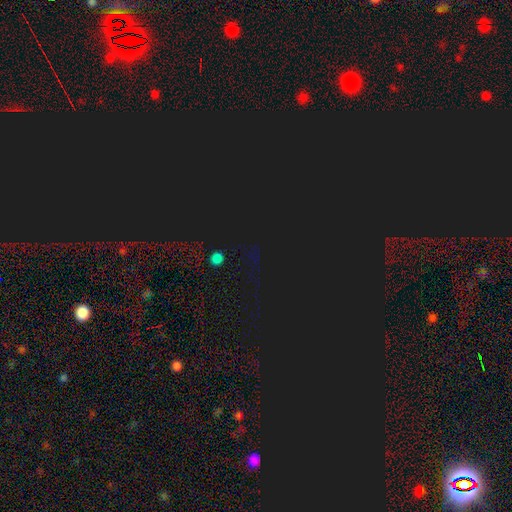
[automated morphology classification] This is likely a star or artifact rather than a galaxy (75%).